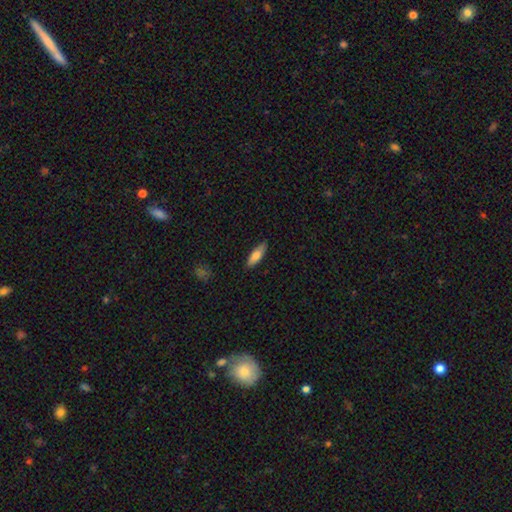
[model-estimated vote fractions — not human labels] A smooth galaxy with no disk features (79%) that is in between round and cigar-shaped (57%). Merging: none (83%).